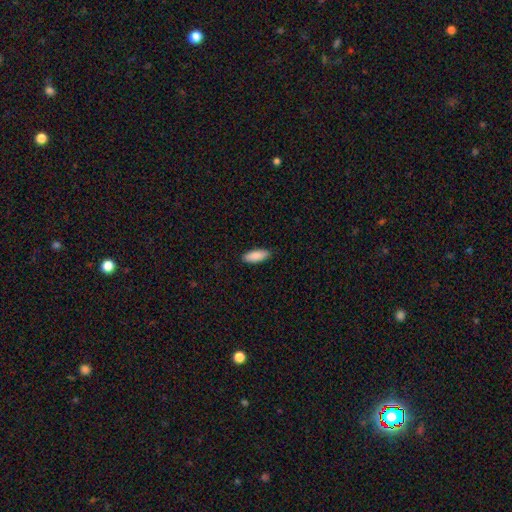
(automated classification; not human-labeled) Smooth or featured: smooth — 90% (star or artifact — 6%)
How rounded: in between — 73% (cigar-shaped — 26%)
Merging: none — 89% (minor disturbance — 8%)